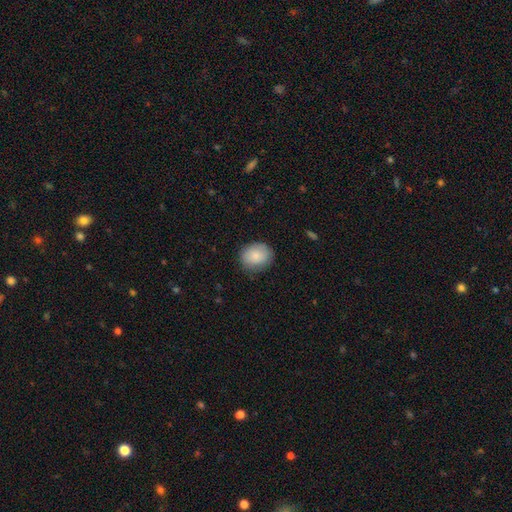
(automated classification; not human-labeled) Smooth or featured: smooth — 84% (featured or disk — 9%)
How rounded: round — 58% (in between — 41%)
Merging: none — 82% (minor disturbance — 14%)